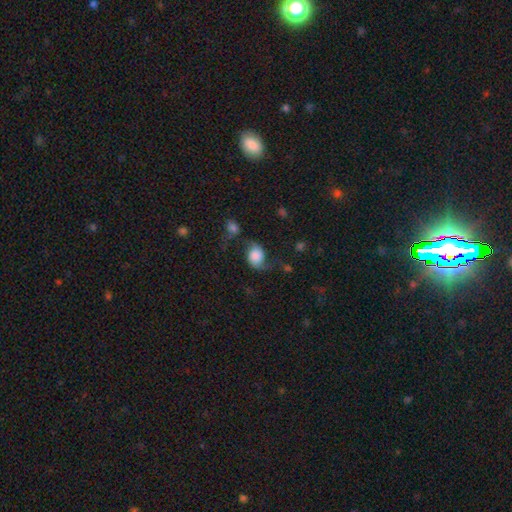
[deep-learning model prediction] A smooth galaxy with no disk features (47%).

Vote fractions:
- Smooth or featured? smooth: 47% / featured or disk: 43% / star or artifact: 10%
- Merging? none: 47% / minor disturbance: 25% / major disturbance: 21% / merger: 7%